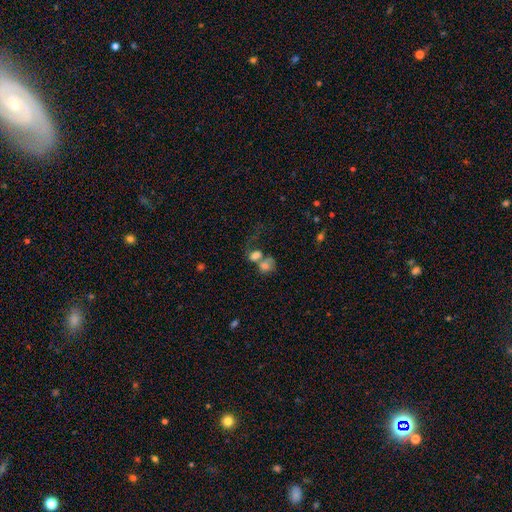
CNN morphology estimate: Smooth or featured: smooth — 67% (featured or disk — 21%)
How rounded: in between — 61% (round — 37%)
Merging: merger — 66% (none — 15%)